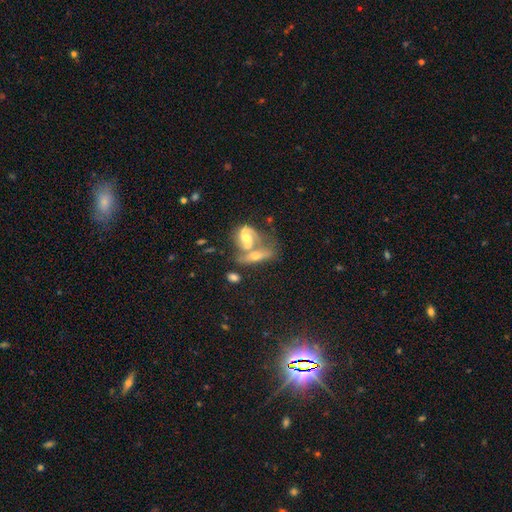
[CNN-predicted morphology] smooth_or_featured: featured or disk (p=0.63) [alt: smooth p=0.30]
disk_edge_on: no (p=0.74) [alt: yes p=0.26]
merging: merger (p=0.59) [alt: none p=0.25]